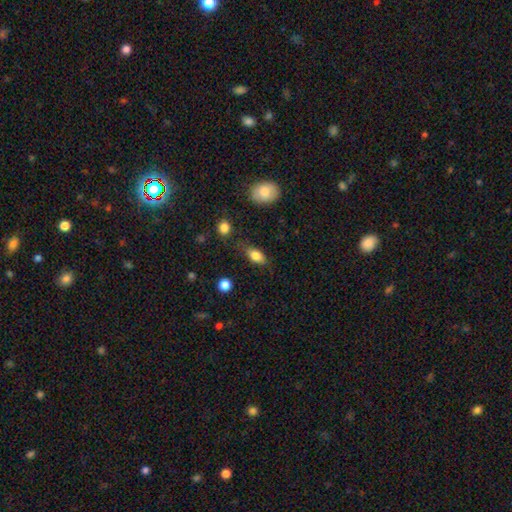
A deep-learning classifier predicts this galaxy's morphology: This appears to be a smooth galaxy with no disk features (80%) that is in between round and cigar-shaped (84%). Merging: none (73%).